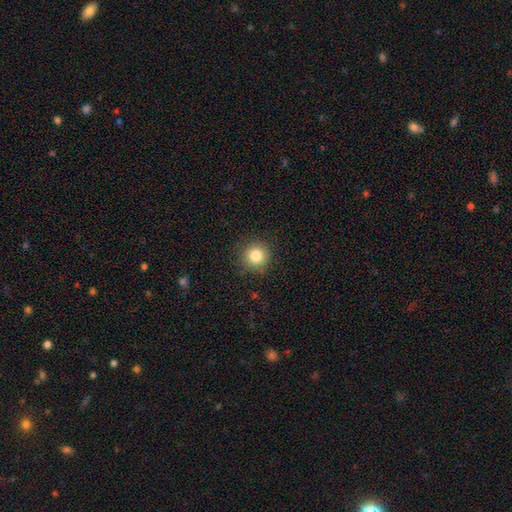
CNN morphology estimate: A smooth galaxy with no disk features (82%) that is round (94%). Merging: none (90%).